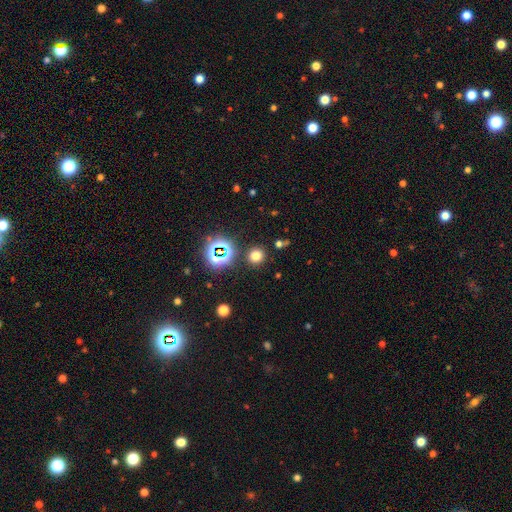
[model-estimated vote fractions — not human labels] This appears to be a smooth galaxy with no disk features (70%) that is round (89%). Merging: none (87%).